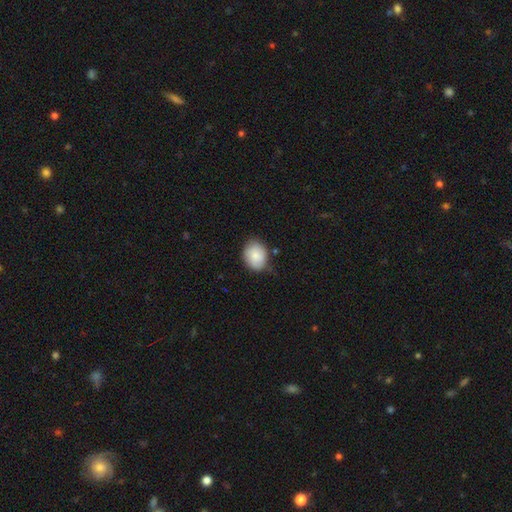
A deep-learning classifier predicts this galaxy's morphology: A smooth galaxy with no disk features (84%) that is in between round and cigar-shaped (53%).

Vote fractions:
- Smooth or featured? smooth: 84% / featured or disk: 10% / star or artifact: 7%
- How rounded? in between: 53% / round: 46% / cigar-shaped: 1%
- Merging? none: 75% / minor disturbance: 20% / major disturbance: 3% / merger: 2%